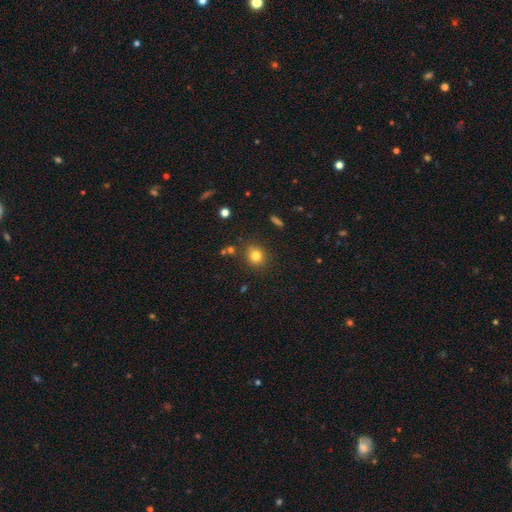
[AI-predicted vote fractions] smooth-or-featured: smooth: 80% | star or artifact: 13% | featured or disk: 7%
  how-rounded: round: 83% | in between: 16% | cigar-shaped: 1%
  merging: none: 84% | minor disturbance: 9% | merger: 3% | major disturbance: 3%